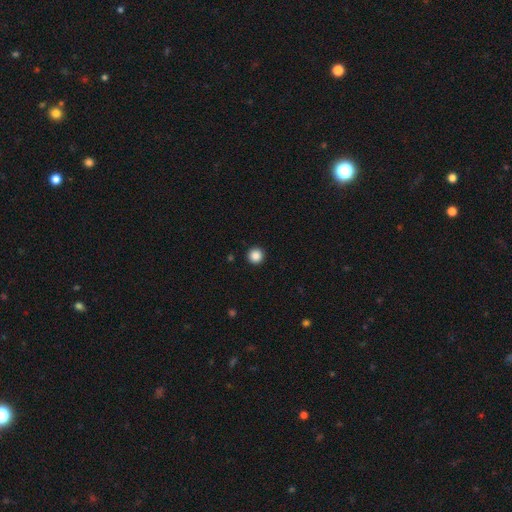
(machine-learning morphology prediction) This is clearly a smooth galaxy (88%). How rounded: clearly round (96%). Merging: clearly none (94%).